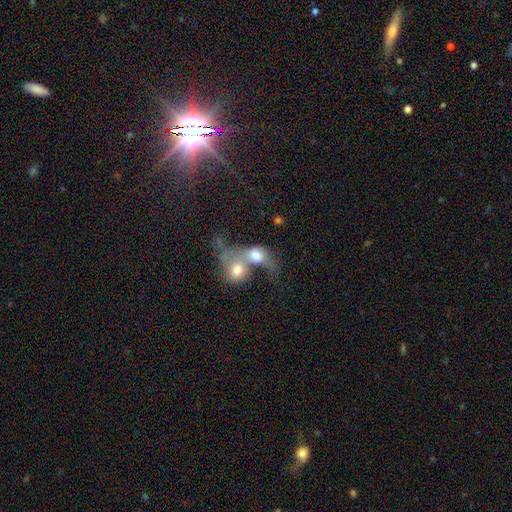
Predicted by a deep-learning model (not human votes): This appears to be a smooth galaxy with no disk features (63%) that is round (53%). Merging: merger (81%).